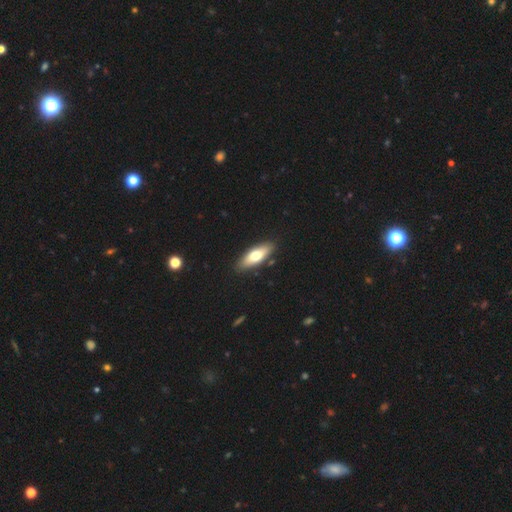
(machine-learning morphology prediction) type=smooth (66%); roundness=in between (64%); merging=none (88%).